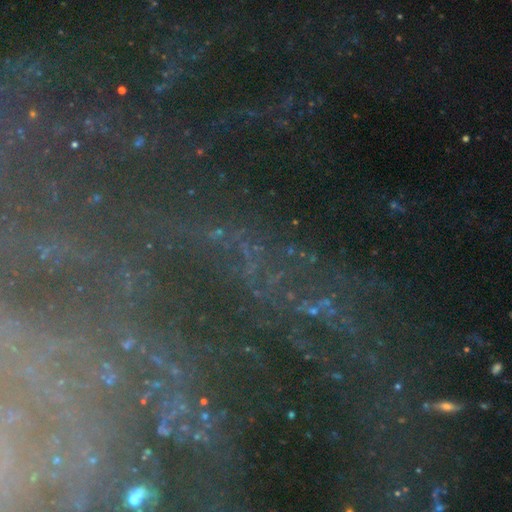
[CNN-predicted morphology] Smooth or featured: star or artifact — 78% (featured or disk — 13%)